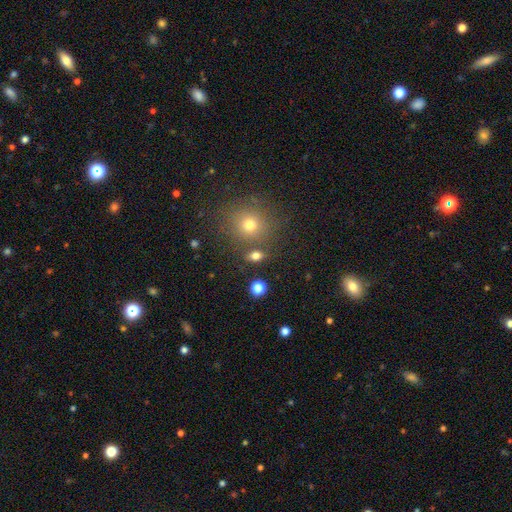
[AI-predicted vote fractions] smooth-or-featured: smooth: 76% | star or artifact: 15% | featured or disk: 9%
  how-rounded: in between: 56% | round: 41% | cigar-shaped: 3%
  merging: none: 77% | minor disturbance: 10% | merger: 9% | major disturbance: 4%